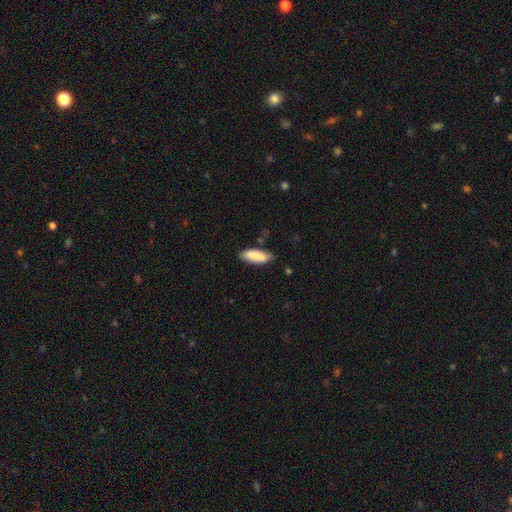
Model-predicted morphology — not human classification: This appears to be a smooth galaxy with no disk features (87%) that is in between round and cigar-shaped (70%). Merging: none (78%).